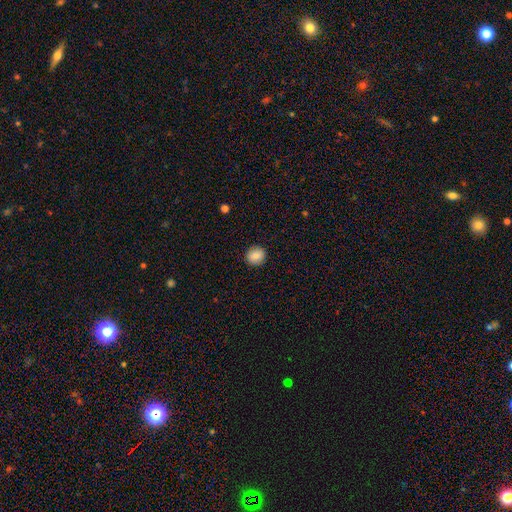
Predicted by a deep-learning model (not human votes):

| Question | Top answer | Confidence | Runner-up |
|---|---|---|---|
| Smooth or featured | smooth | 88% | star or artifact (8%) |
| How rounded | round | 84% | in between (15%) |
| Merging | none | 91% | minor disturbance (6%) |